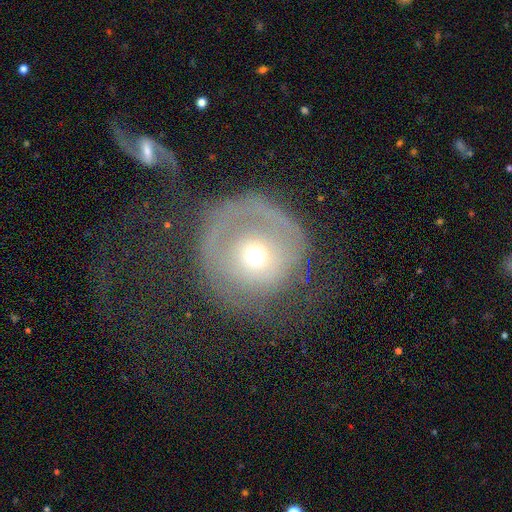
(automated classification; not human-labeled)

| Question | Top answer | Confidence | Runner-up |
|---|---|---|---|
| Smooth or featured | featured or disk | 47% | smooth (42%) |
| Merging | none | 39% | major disturbance (38%) |